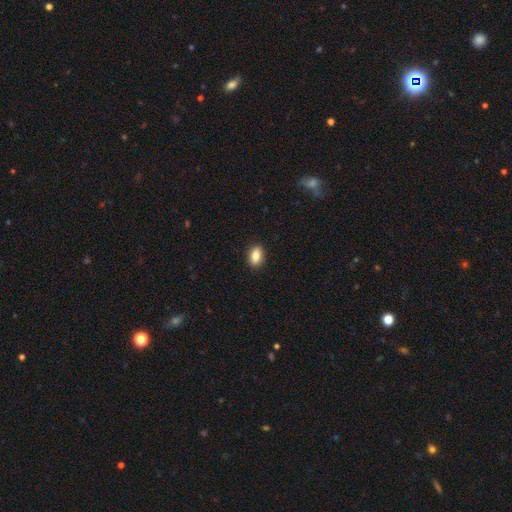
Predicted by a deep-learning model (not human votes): Q: Smooth or featured?
A: smooth (86%); runner-up: star or artifact (8%)
Q: How rounded?
A: in between (87%); runner-up: round (10%)
Q: Merging?
A: none (90%); runner-up: minor disturbance (7%)